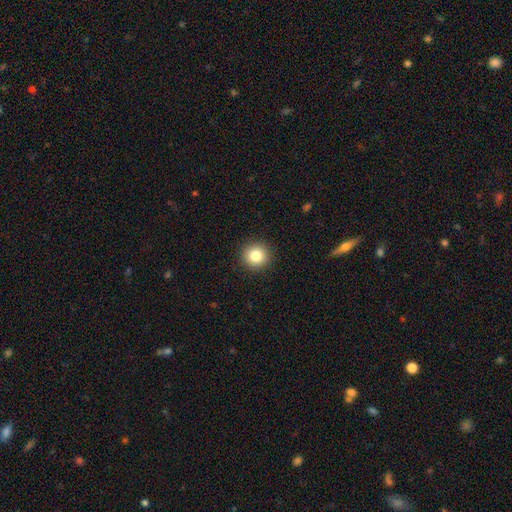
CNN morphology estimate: A smooth galaxy with no disk features (83%) that is round (93%). Merging: none (92%).